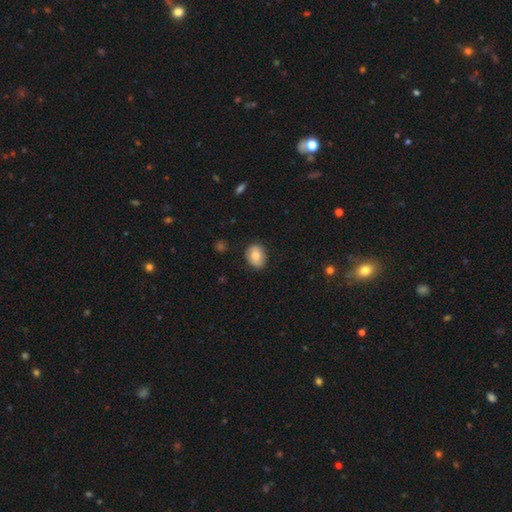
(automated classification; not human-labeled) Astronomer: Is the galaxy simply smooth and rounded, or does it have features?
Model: smooth — 78%.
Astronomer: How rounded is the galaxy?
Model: in between — 56% (runner-up: round, 43%).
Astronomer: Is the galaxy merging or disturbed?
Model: none — 82%.